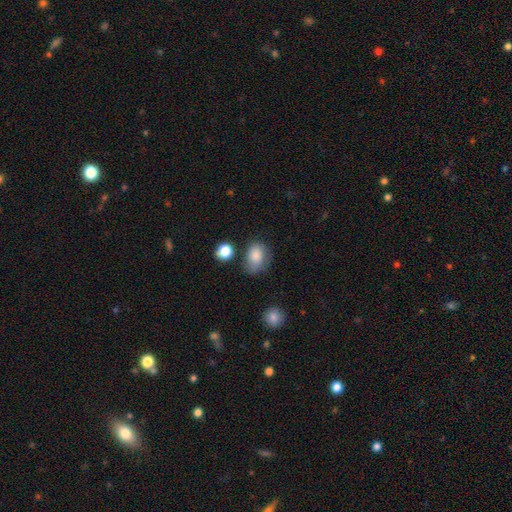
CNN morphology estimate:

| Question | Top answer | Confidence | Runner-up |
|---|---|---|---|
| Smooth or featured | smooth | 83% | star or artifact (9%) |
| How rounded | in between | 68% | round (31%) |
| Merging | none | 51% | minor disturbance (32%) |